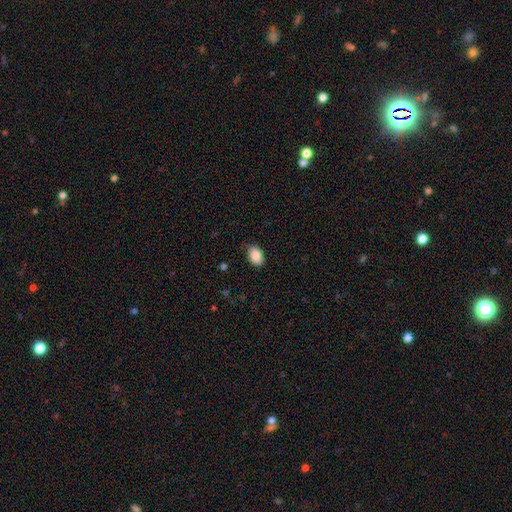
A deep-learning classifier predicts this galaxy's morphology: Overall: smooth (89%). How rounded: in between (87%). Merging: none (84%).